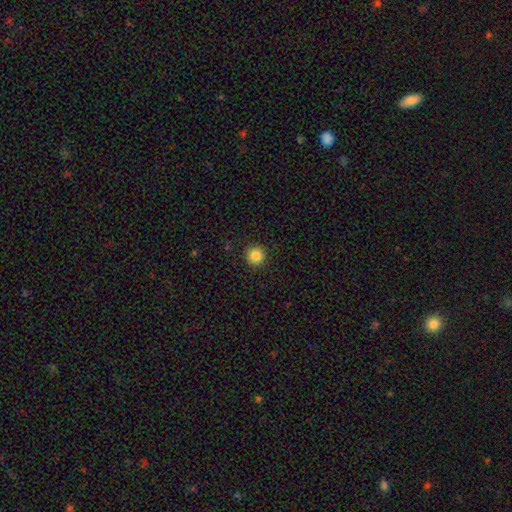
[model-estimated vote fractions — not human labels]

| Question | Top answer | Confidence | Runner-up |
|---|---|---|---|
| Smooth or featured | smooth | 86% | star or artifact (11%) |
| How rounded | round | 95% | in between (4%) |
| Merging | none | 91% | minor disturbance (6%) |